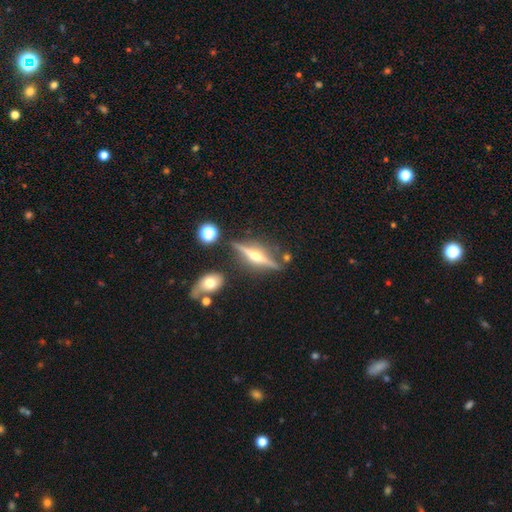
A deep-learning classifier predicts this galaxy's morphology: smooth-or-featured: featured or disk: 80% | smooth: 13% | star or artifact: 8%
  disk-edge-on: yes: 96% | no: 4%
    edge-on-bulge: rounded: 93% | boxy: 4% | none: 3%
  merging: none: 82% | minor disturbance: 10% | merger: 5% | major disturbance: 3%